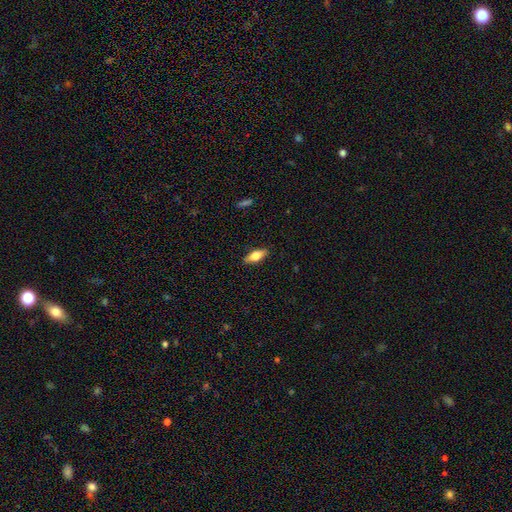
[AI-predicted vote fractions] Smooth or featured: smooth — 62% (featured or disk — 31%)
How rounded: in between — 72% (cigar-shaped — 25%)
Merging: none — 88% (minor disturbance — 9%)